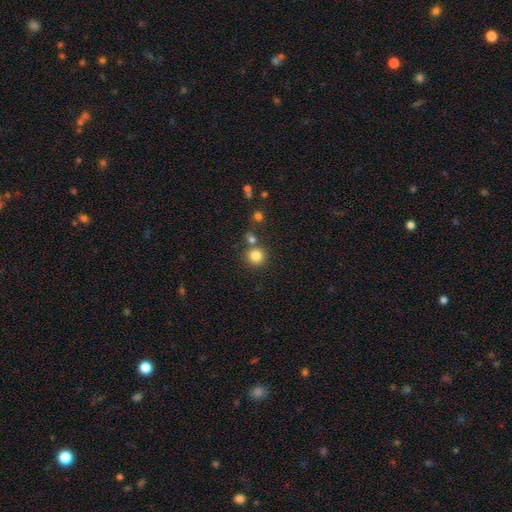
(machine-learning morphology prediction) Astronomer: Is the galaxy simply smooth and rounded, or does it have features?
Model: smooth — 82%.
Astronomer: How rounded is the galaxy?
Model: round — 92%.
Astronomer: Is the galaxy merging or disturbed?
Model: none — 74%.